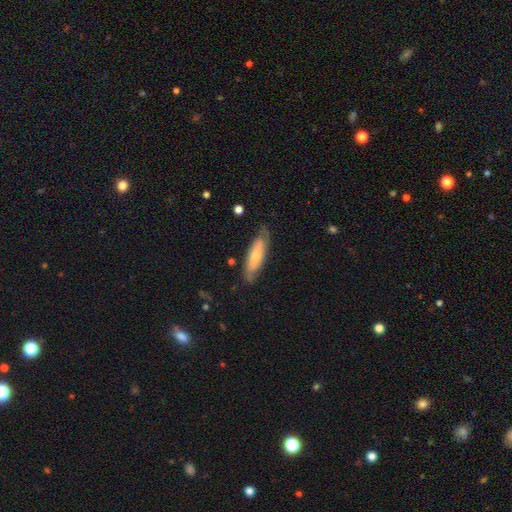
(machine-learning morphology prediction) A smooth galaxy with no disk features (54%) that is cigar-shaped (53%). Merging: none (72%).